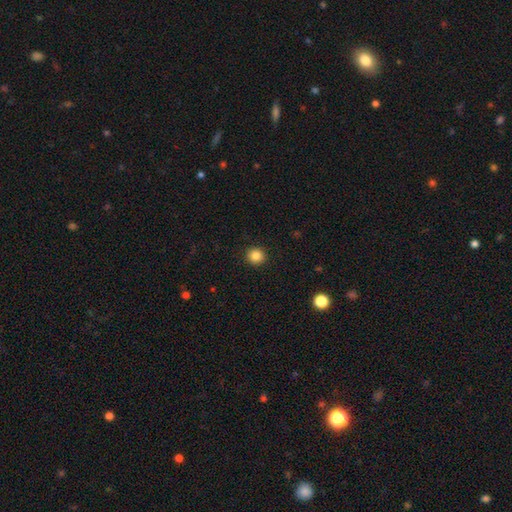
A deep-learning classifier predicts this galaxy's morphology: smooth-or-featured: smooth: 86% | star or artifact: 10% | featured or disk: 4%
  how-rounded: round: 92% | in between: 7% | cigar-shaped: 1%
  merging: none: 93% | minor disturbance: 5% | major disturbance: 2% | merger: 1%